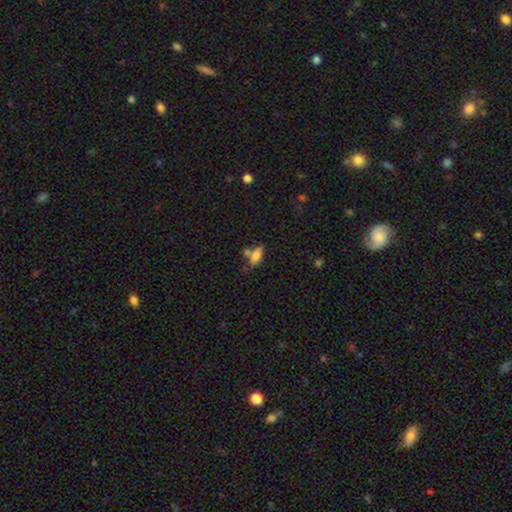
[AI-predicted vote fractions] smooth 77%, featured or disk 15%, star or artifact 9%. Down the decision tree: how rounded — in between (79%); merging — none (52%).